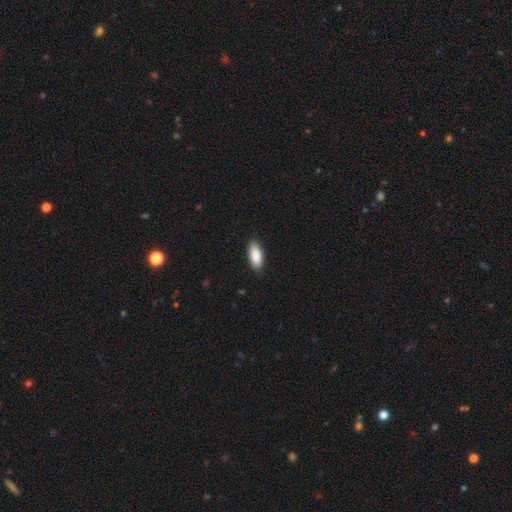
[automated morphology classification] A smooth galaxy with no disk features (89%) that is in between round and cigar-shaped (86%).

Vote fractions:
- Smooth or featured? smooth: 89% / star or artifact: 6% / featured or disk: 5%
- How rounded? in between: 86% / cigar-shaped: 13% / round: 2%
- Merging? none: 87% / minor disturbance: 10% / major disturbance: 2% / merger: 1%